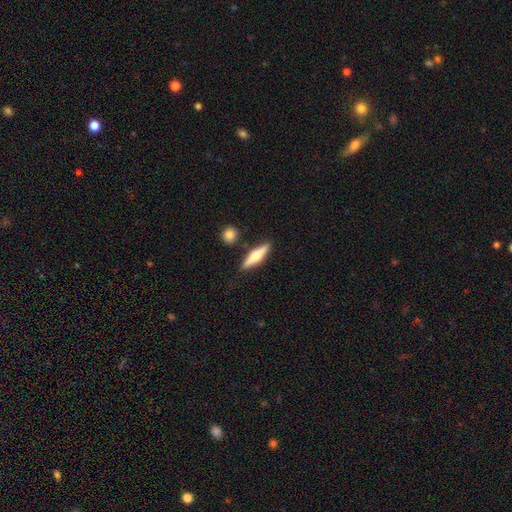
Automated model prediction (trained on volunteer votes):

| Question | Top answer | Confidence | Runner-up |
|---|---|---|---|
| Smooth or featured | featured or disk | 50% | smooth (44%) |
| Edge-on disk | yes | 94% | no (6%) |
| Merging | none | 83% | minor disturbance (10%) |